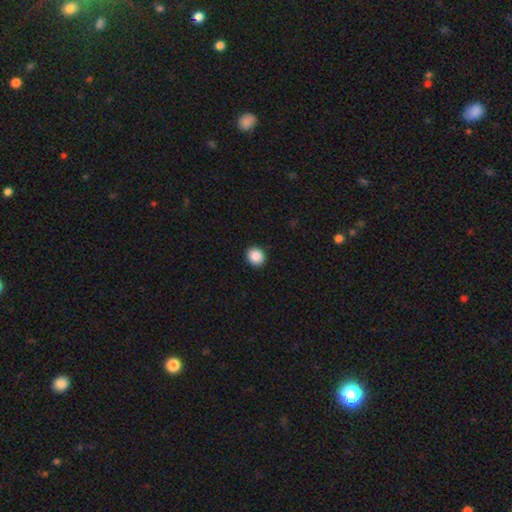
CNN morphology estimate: Smooth or featured? Predicted: smooth (p=0.87). How rounded? Predicted: round (p=0.77). Merging? Predicted: none (p=0.92).